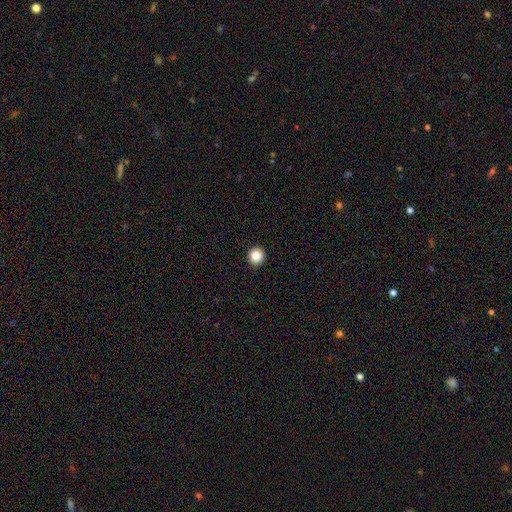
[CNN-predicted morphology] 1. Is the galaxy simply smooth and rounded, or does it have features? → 86% smooth, 10% star or artifact, 4% featured or disk.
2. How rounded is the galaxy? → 92% round, 7% in between, 1% cigar-shaped.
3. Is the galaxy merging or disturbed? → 93% none, 4% minor disturbance, 1% major disturbance, 1% merger.